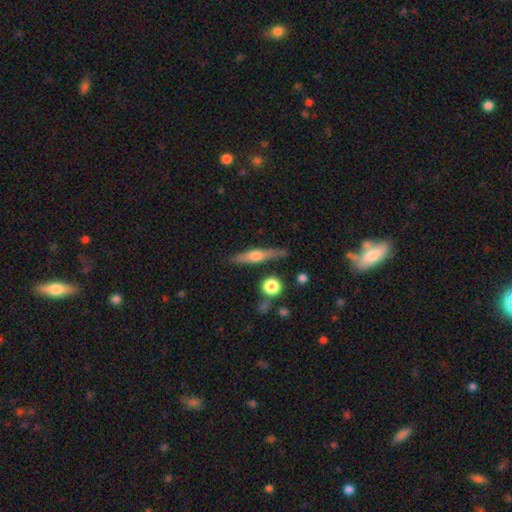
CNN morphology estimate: type=featured or disk (60%); edge-on=yes (95%); edge-on bulge=rounded (90%); merging=none (81%).